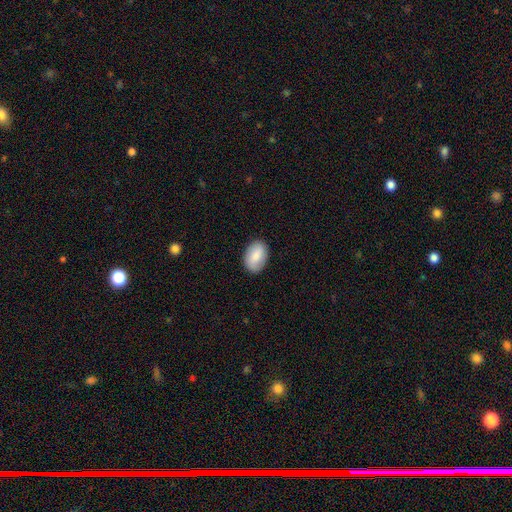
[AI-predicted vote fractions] Overall: smooth (81%). How rounded: in between (87%). Merging: none (87%).